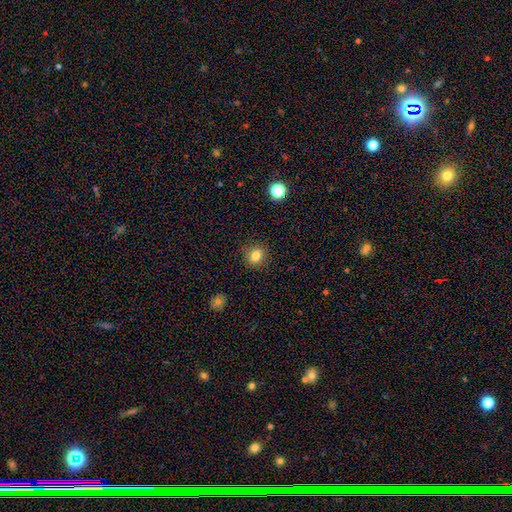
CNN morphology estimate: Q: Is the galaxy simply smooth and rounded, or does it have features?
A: smooth — 81%.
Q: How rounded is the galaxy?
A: round — 75%.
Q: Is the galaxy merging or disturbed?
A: none — 87%.